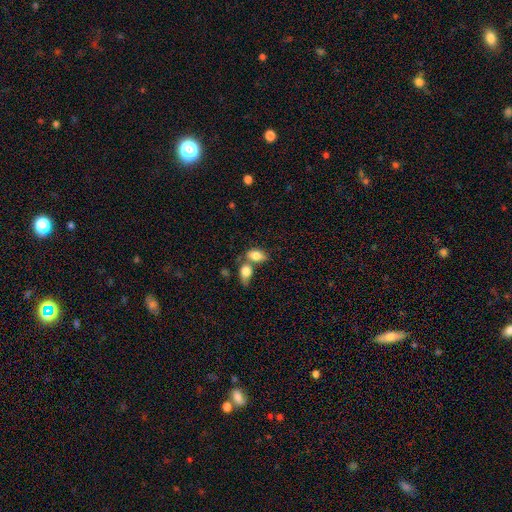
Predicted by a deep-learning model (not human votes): The model was most divided on "merging": merger: 47%, none: 36%, minor disturbance: 12%, major disturbance: 6%. More confident: how rounded — in between (88%); smooth or featured — smooth (80%).